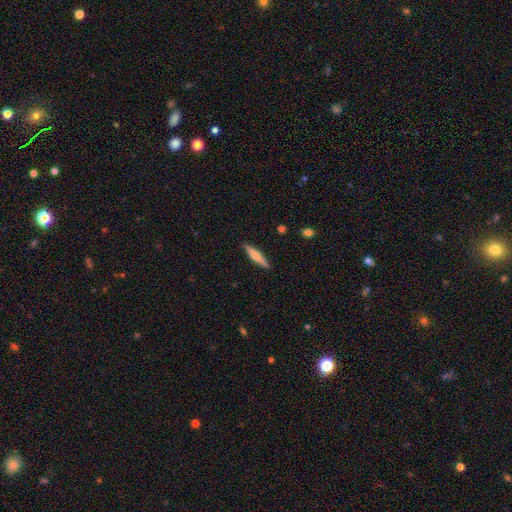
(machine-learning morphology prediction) Smooth or featured: smooth — 54% (featured or disk — 40%)
How rounded: cigar-shaped — 84% (in between — 14%)
Merging: none — 90% (minor disturbance — 7%)